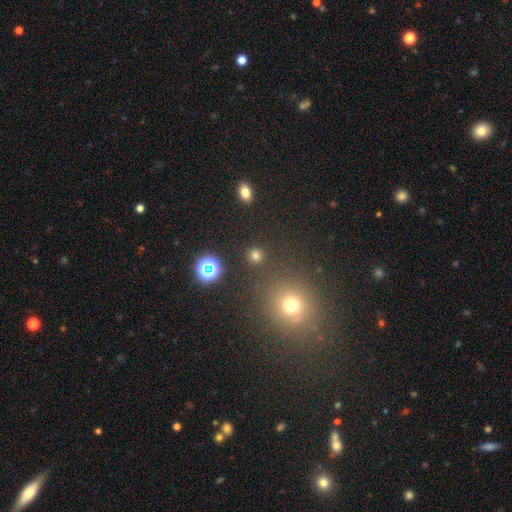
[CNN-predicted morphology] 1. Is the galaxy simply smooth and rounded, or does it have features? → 66% smooth, 28% star or artifact, 6% featured or disk.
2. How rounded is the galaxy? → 88% round, 11% in between, 1% cigar-shaped.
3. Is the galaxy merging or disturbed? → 85% none, 7% minor disturbance, 5% merger, 3% major disturbance.